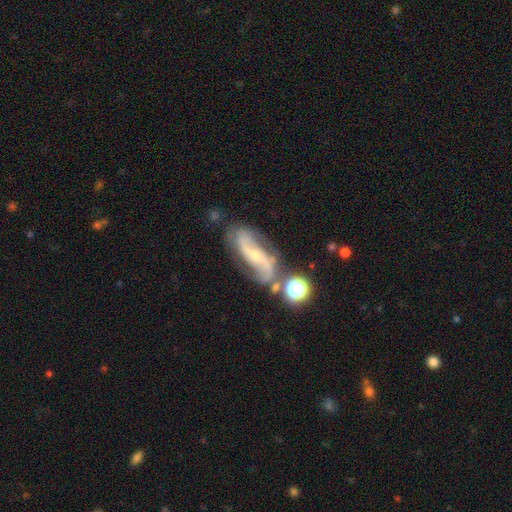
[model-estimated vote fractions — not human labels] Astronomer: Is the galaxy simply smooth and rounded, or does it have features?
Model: featured or disk — 82%.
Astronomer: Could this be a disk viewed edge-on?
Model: no — 91%.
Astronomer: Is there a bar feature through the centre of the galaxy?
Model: no — 41% (runner-up: weak, 33%).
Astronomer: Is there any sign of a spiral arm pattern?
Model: yes — 95%.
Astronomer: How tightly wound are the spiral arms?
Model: medium — 41%, tied with loose at 41%.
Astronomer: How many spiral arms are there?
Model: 2 — 87%.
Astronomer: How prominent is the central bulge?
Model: small — 71%.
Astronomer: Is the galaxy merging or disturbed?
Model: none — 66%.